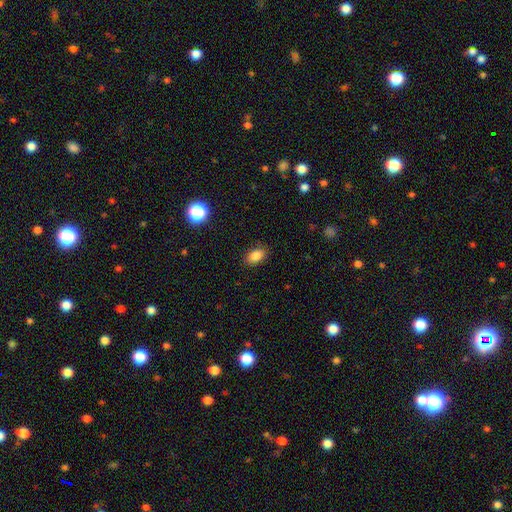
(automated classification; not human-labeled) A smooth galaxy with no disk features (85%) that is in between round and cigar-shaped (88%). Merging: none (87%).